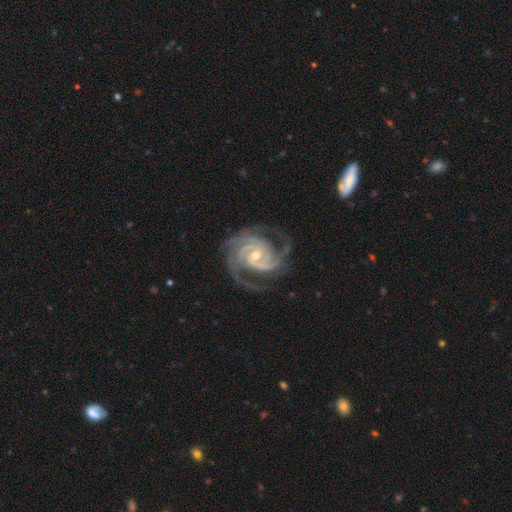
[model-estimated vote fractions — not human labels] Smooth or featured? Predicted: featured or disk (p=0.93). Edge-on disk? Predicted: no (p=0.98). Bar? Predicted: no (p=0.45). Spiral arms? Predicted: yes (p=0.99). Spiral winding? Predicted: tight (p=0.58). Spiral arm count? Predicted: 3 (p=0.39). Bulge size? Predicted: small (p=0.55). Merging? Predicted: none (p=0.73).